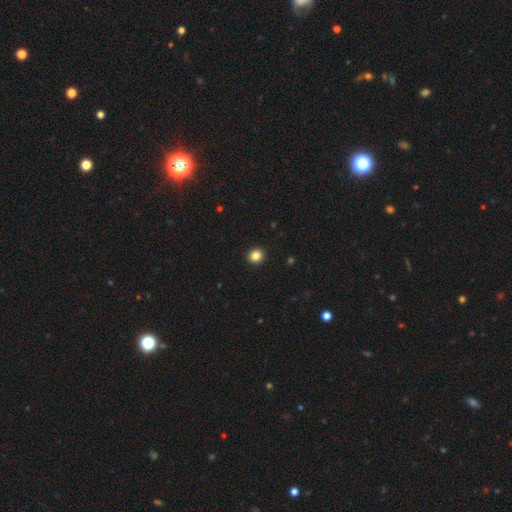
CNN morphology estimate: Smooth or featured? smooth (85%)
How rounded? round (89%)
Merging? none (94%)